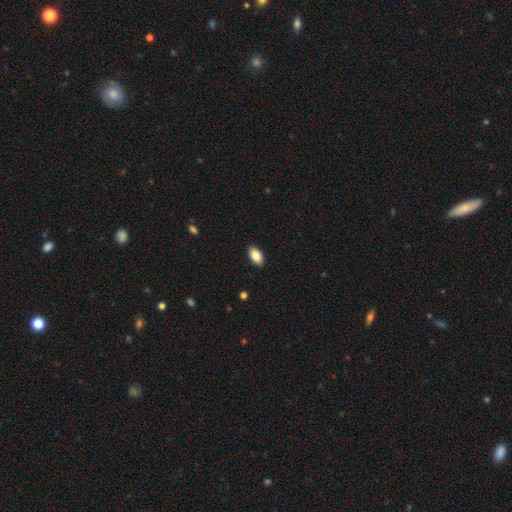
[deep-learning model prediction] Smooth or featured? smooth (86%)
How rounded? in between (94%)
Merging? none (90%)